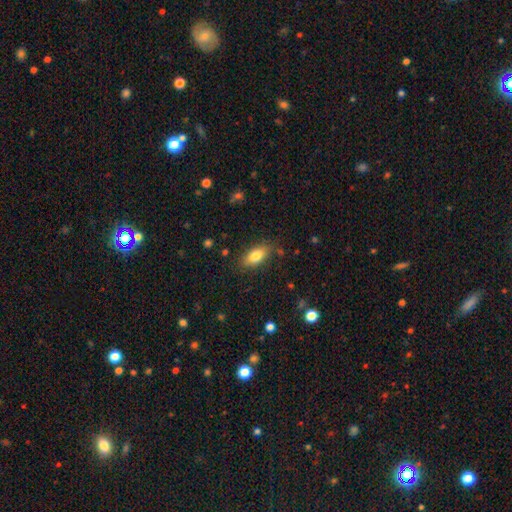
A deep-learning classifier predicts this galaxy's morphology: smooth-or-featured: smooth: 79% | featured or disk: 13% | star or artifact: 8%
  how-rounded: in between: 84% | cigar-shaped: 13% | round: 4%
  merging: none: 83% | minor disturbance: 13% | major disturbance: 3% | merger: 2%